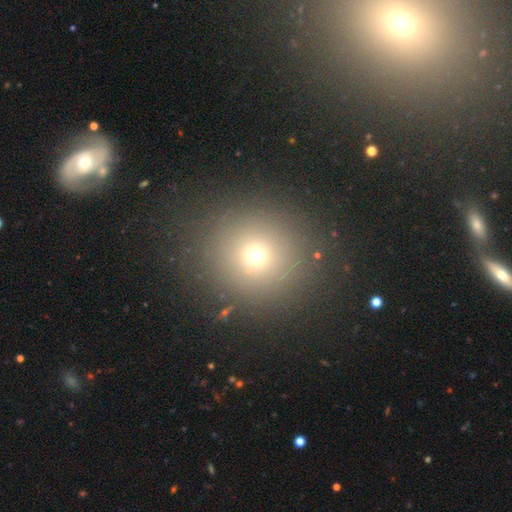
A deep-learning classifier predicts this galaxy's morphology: Q: Smooth or featured?
A: smooth (68%); runner-up: star or artifact (23%)
Q: How rounded?
A: round (89%); runner-up: in between (10%)
Q: Merging?
A: none (86%); runner-up: minor disturbance (7%)